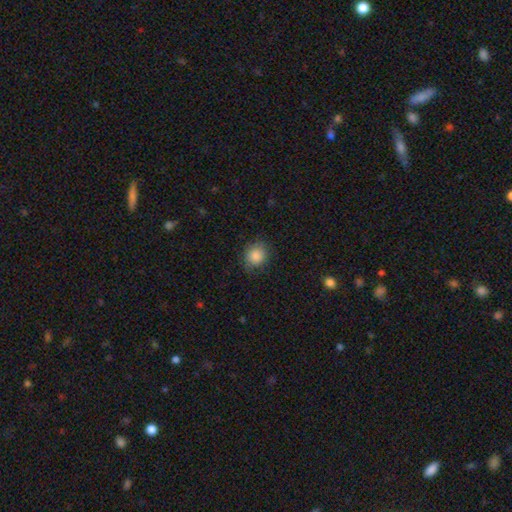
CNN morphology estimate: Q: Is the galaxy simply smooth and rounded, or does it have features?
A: smooth — 84%.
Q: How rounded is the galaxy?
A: round — 72%.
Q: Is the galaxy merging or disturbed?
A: none — 75%.